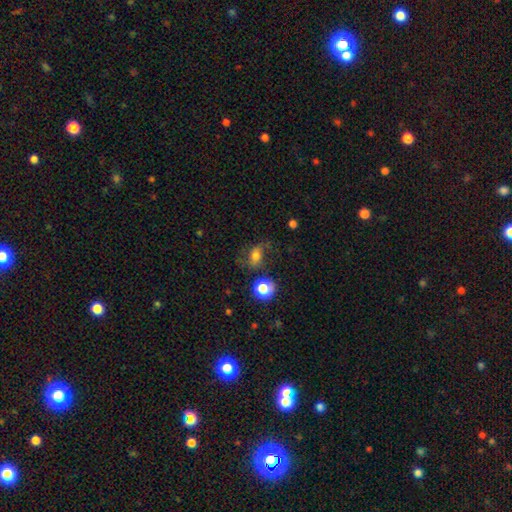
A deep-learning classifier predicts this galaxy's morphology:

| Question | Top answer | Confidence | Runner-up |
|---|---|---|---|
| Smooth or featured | smooth | 54% | featured or disk (31%) |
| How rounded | in between | 63% | round (34%) |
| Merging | none | 56% | minor disturbance (22%) |